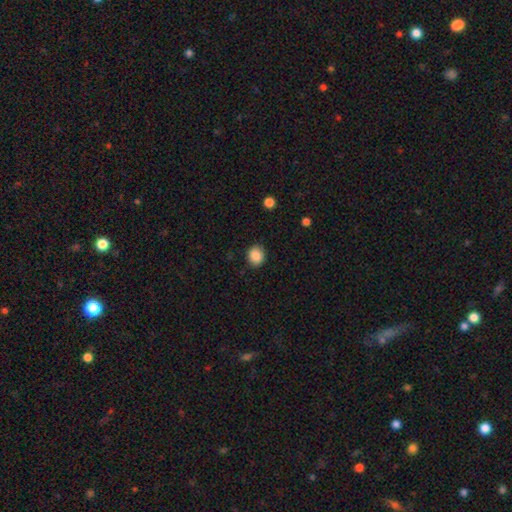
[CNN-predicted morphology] Overall: smooth (87%). How rounded: round (67%; in between 32%). Merging: none (88%).